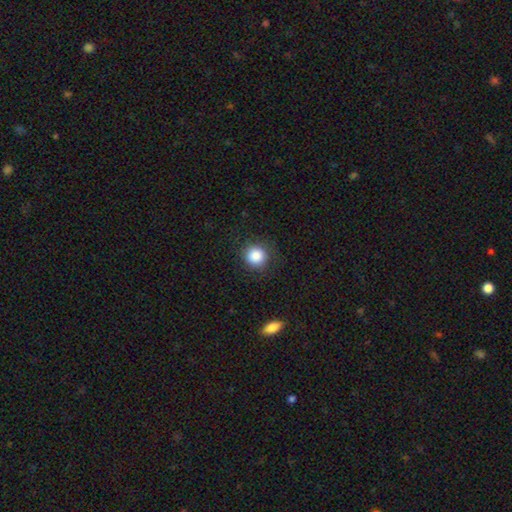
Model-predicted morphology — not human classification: Smooth or featured: smooth — 86% (star or artifact — 10%)
How rounded: round — 92% (in between — 7%)
Merging: none — 88% (minor disturbance — 8%)